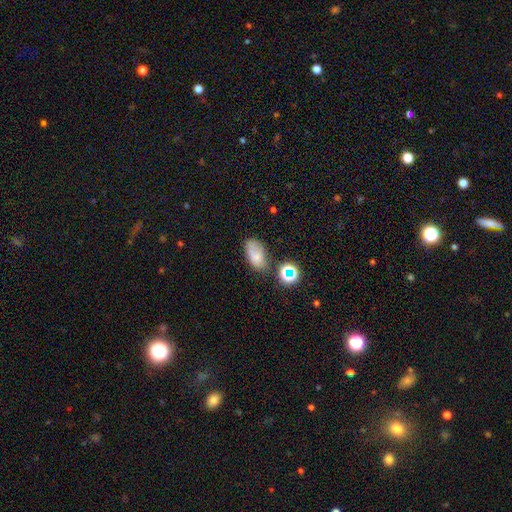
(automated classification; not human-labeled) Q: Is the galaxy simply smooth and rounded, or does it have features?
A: smooth — 70%.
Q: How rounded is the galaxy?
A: in between — 88%.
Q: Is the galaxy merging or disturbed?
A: none — 54%.